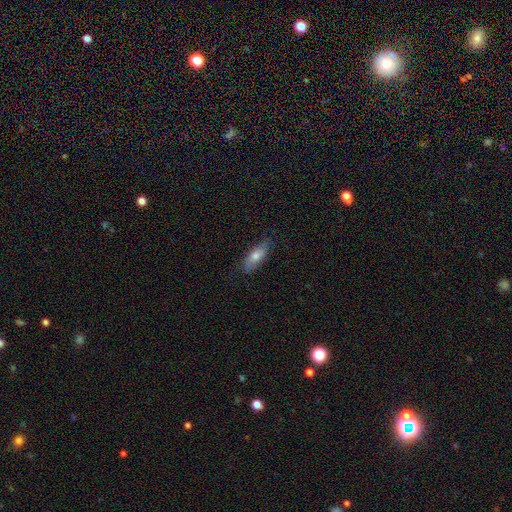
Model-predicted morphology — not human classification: smooth-or-featured: smooth: 68% | featured or disk: 25% | star or artifact: 7%
  how-rounded: in between: 56% | cigar-shaped: 42% | round: 2%
  merging: none: 82% | minor disturbance: 15% | major disturbance: 3% | merger: 1%